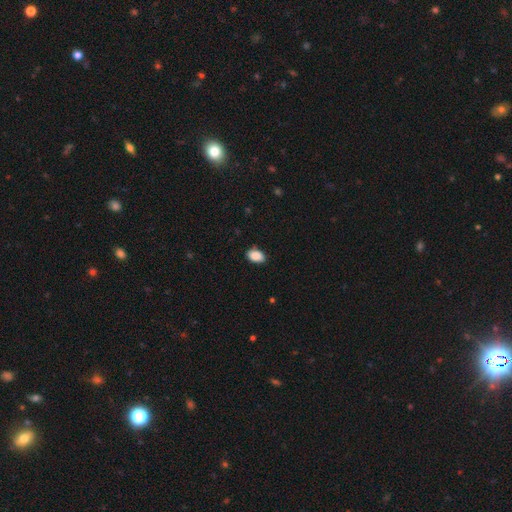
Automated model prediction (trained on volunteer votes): smooth 89%, star or artifact 7%, featured or disk 4%. Down the decision tree: how rounded — in between (89%); merging — none (85%).